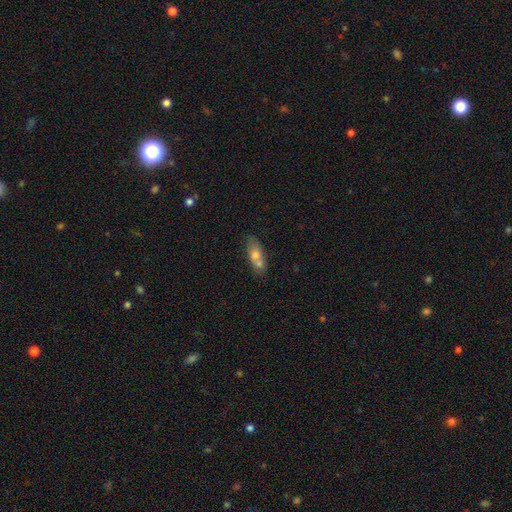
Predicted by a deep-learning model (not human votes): Q: Smooth or featured?
A: smooth (60%); runner-up: featured or disk (30%)
Q: How rounded?
A: in between (66%); runner-up: cigar-shaped (26%)
Q: Merging?
A: none (49%); runner-up: merger (34%)